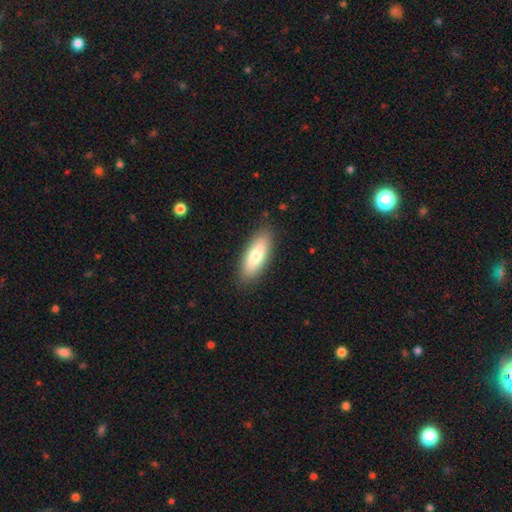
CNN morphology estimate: The model was most divided on "how rounded": in between: 71%, cigar-shaped: 27%, round: 2%. More confident: merging — none (86%); smooth or featured — smooth (75%).